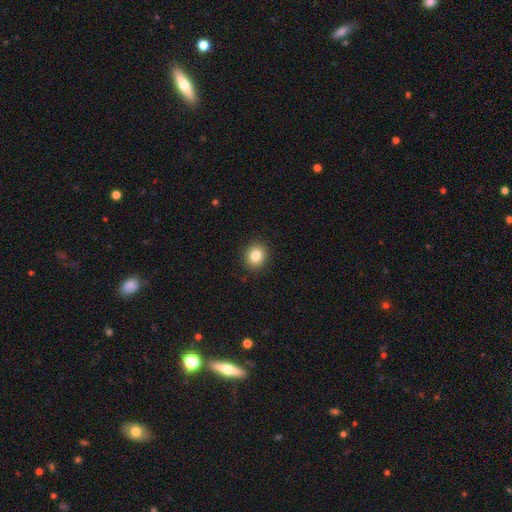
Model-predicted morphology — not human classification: smooth-or-featured: smooth: 83% | star or artifact: 10% | featured or disk: 7%
  how-rounded: round: 76% | in between: 23% | cigar-shaped: 1%
  merging: none: 90% | minor disturbance: 7% | major disturbance: 2% | merger: 1%